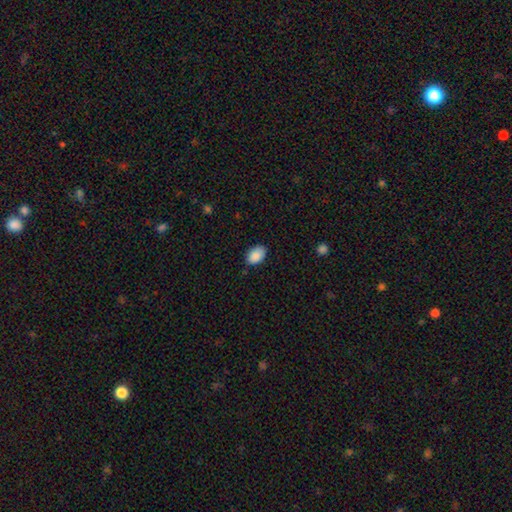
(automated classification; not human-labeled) Smooth or featured? smooth (90%)
How rounded? in between (88%)
Merging? none (81%)